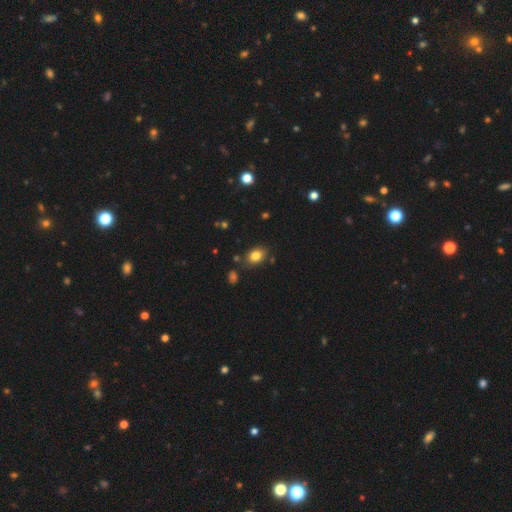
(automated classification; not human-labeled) Smooth or featured: smooth — 82% (star or artifact — 11%)
How rounded: in between — 70% (round — 28%)
Merging: none — 81% (minor disturbance — 12%)